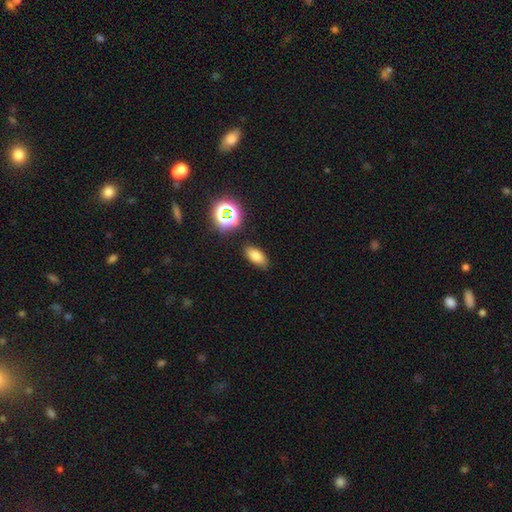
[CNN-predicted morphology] Smooth or featured: smooth — 76% (star or artifact — 15%)
How rounded: in between — 89% (round — 6%)
Merging: none — 82% (minor disturbance — 12%)